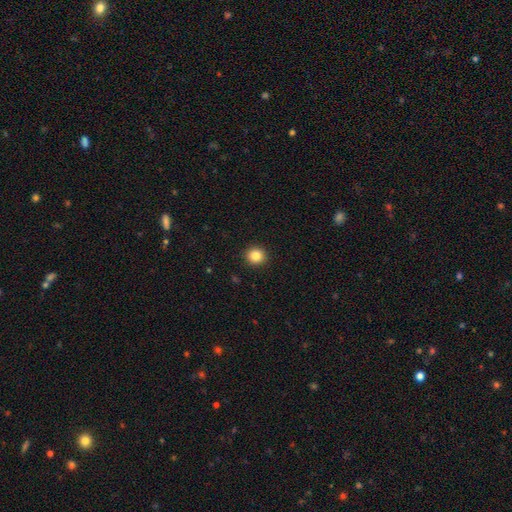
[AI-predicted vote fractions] Morphology: type=smooth (84%); roundness=round (91%); merging=none (93%).